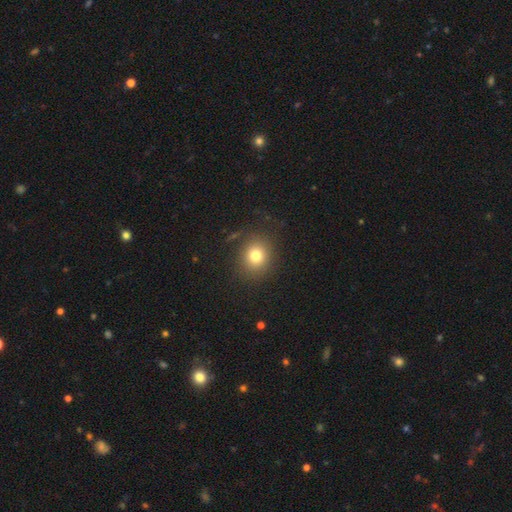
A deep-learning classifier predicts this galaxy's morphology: Overall: smooth (78%). How rounded: round (78%). Merging: none (85%).